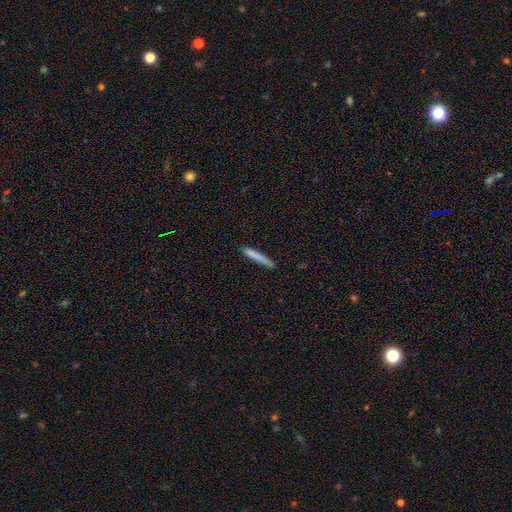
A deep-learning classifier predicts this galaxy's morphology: smooth 78%, featured or disk 16%, star or artifact 6%. Down the decision tree: how rounded — cigar-shaped (95%); merging — none (85%).